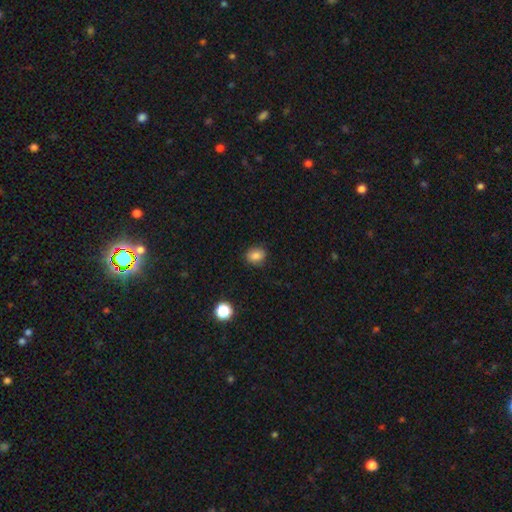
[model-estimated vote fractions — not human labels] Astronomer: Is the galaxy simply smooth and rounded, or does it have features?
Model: smooth — 83%.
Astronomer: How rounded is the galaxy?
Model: round — 57% (runner-up: in between, 42%).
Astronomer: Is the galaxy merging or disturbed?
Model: none — 86%.